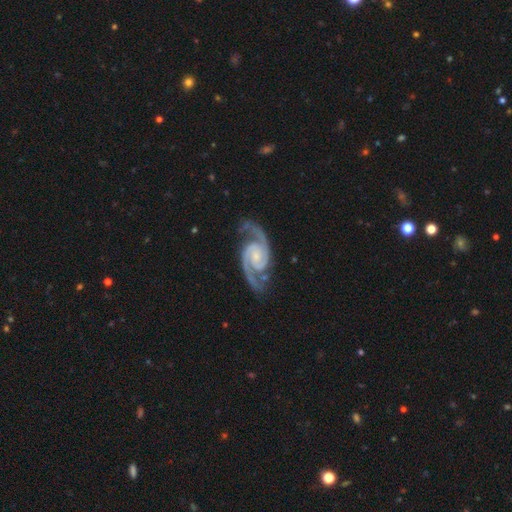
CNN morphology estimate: A featured or disk galaxy (94%) with no bar (47%), 2 (94%) medium (58%) spiral arms (99%) and a small central bulge (60%).

Vote fractions:
- Smooth or featured? featured or disk: 94% / star or artifact: 4% / smooth: 2%
- Edge-on disk? no: 98% / yes: 2%
- Bar? no: 47% / weak: 38% / strong: 15%
- Spiral arms? yes: 99% / no: 1%
- Spiral winding? medium: 58% / tight: 33% / loose: 9%
- Spiral arm count? 2: 94% / 3: 2% / can't tell: 1% / 1: 1% / 4: 1% / more than 4: 1%
- Bulge size? small: 60% / moderate: 25% / none: 12% / large: 2% / dominant: 1%
- Merging? none: 81% / minor disturbance: 13% / major disturbance: 4% / merger: 2%